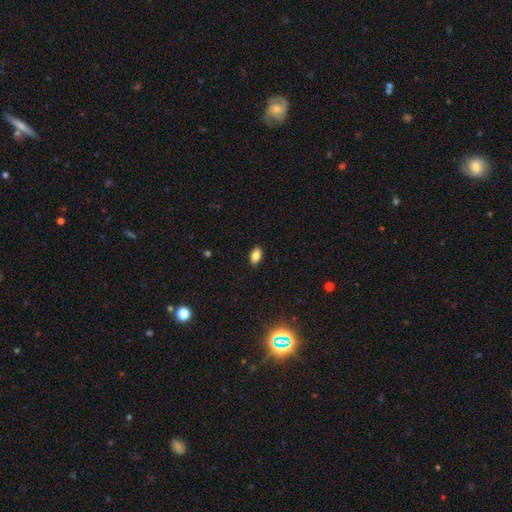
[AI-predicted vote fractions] Q: Smooth or featured?
A: smooth (84%); runner-up: star or artifact (9%)
Q: How rounded?
A: in between (89%); runner-up: round (9%)
Q: Merging?
A: none (88%); runner-up: minor disturbance (9%)